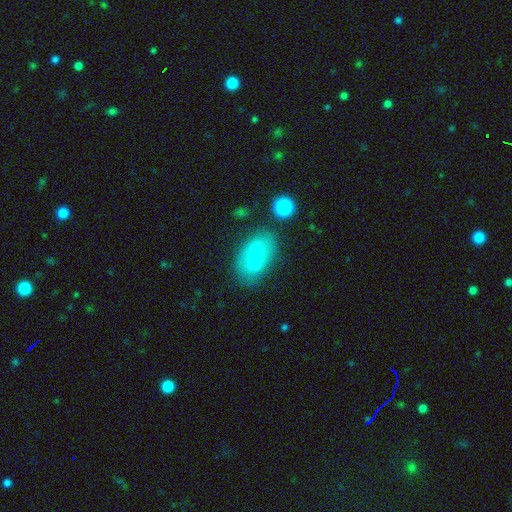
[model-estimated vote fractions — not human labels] This appears to be a smooth galaxy with no disk features (54%) that is in between round and cigar-shaped (88%). Merging: none (72%).